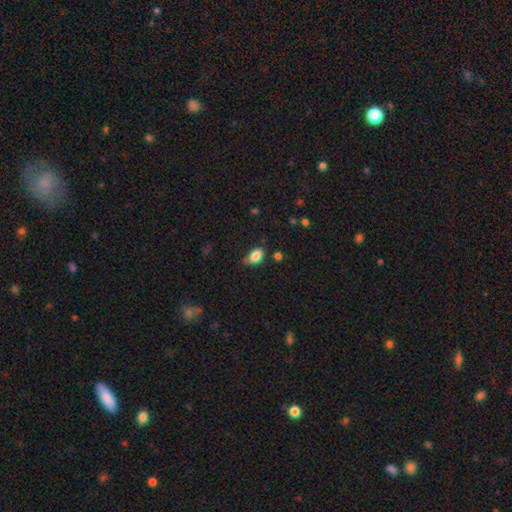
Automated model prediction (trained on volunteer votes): The model was most divided on "merging": none: 61%, minor disturbance: 29%, major disturbance: 6%, merger: 3%. More confident: how rounded — in between (87%); smooth or featured — smooth (86%).